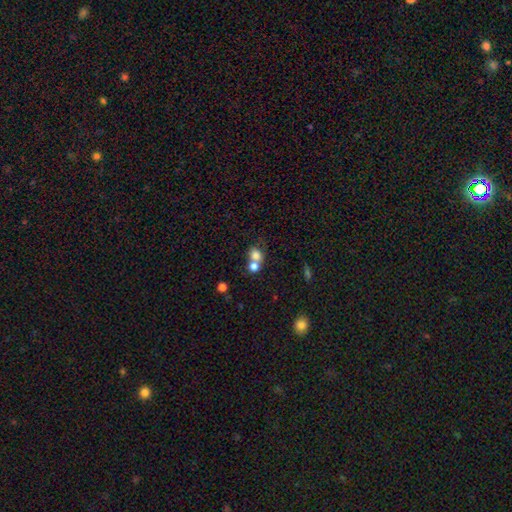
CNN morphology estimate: This appears to be a smooth galaxy with no disk features (76%) that is round (63%). Merging: merger (58%).